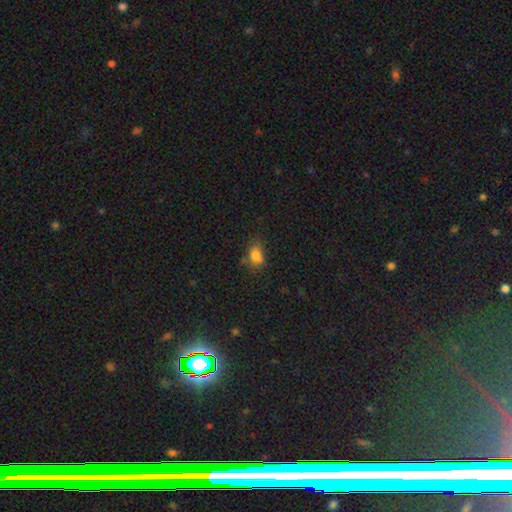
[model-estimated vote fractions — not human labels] This appears to be a smooth galaxy with no disk features (80%) that is in between round and cigar-shaped (68%). Merging: none (62%).